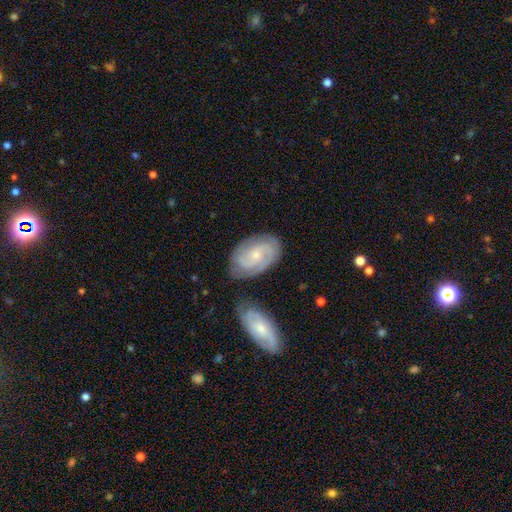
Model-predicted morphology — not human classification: type=featured or disk (80%); edge-on=no (96%); bar=no (62%); spiral arms=yes (95%); winding=tight (58%); arm count=2 (60%); bulge=small (74%); merging=none (68%).